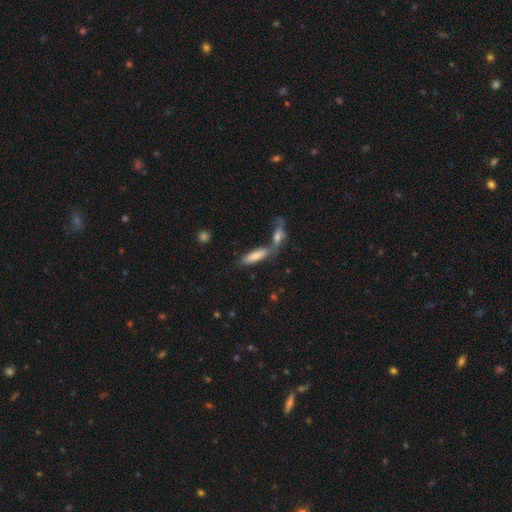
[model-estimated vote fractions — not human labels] smooth 63%, featured or disk 26%, star or artifact 12%. Down the decision tree: how rounded — cigar-shaped (60%); merging — none (44%).